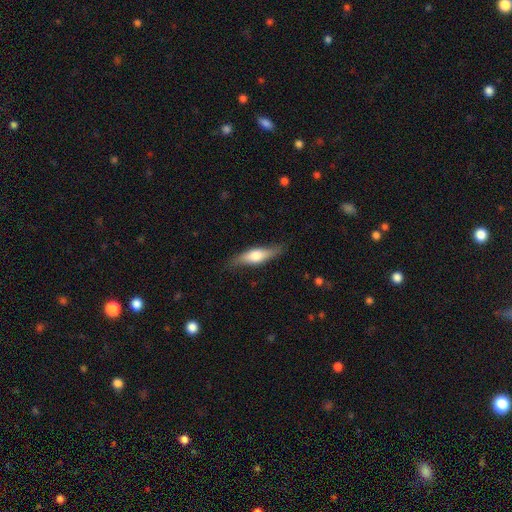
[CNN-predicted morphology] The model was most divided on "smooth or featured": smooth: 53%, featured or disk: 42%, star or artifact: 6%. More confident: merging — none (78%); how rounded — cigar-shaped (58%).